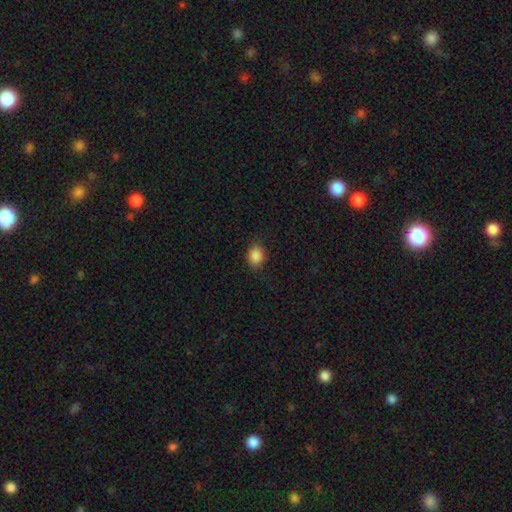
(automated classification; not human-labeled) Morphology: type=smooth (87%); roundness=in between (53%); merging=none (80%).